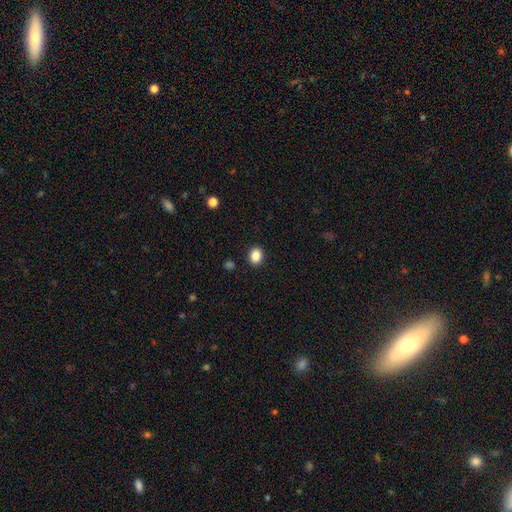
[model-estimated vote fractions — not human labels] This is clearly a smooth galaxy (86%). How rounded: possibly in between (50%). Merging: clearly none (91%).